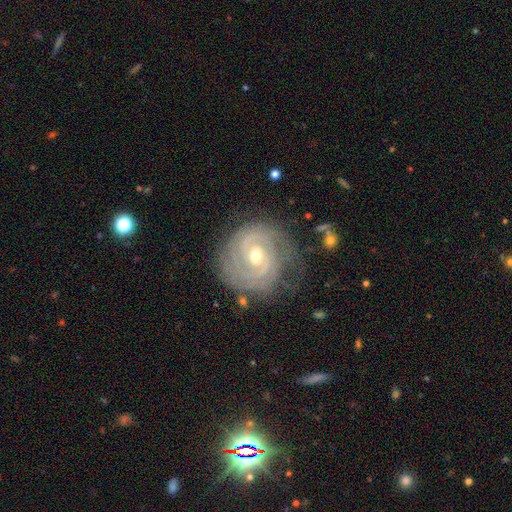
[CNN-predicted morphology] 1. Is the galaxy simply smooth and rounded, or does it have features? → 90% featured or disk, 5% star or artifact, 5% smooth.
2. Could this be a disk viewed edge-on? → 98% no, 2% yes.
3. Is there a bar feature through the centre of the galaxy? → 47% no, 39% weak, 14% strong.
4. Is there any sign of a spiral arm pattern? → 98% yes, 2% no.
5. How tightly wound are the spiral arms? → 83% tight, 15% medium, 2% loose.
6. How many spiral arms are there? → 39% 2, 22% 3, 18% can't tell, 10% 4, 6% more than 4, 5% 1.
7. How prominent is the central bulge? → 51% moderate, 46% small, 1% large, 1% none, 1% dominant.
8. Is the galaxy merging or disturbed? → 77% none, 16% minor disturbance, 5% major disturbance, 2% merger.